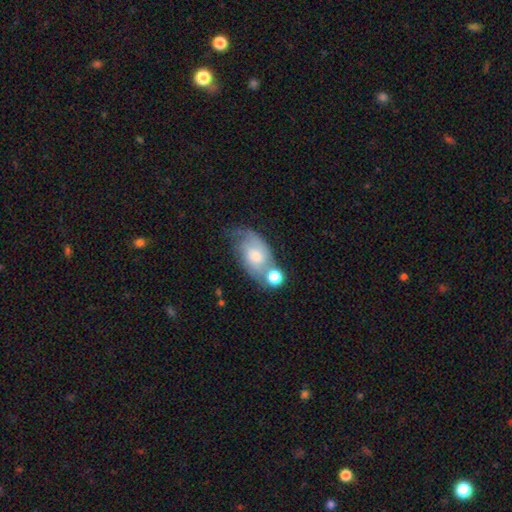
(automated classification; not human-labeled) A featured or disk galaxy (53%).

Vote fractions:
- Smooth or featured? featured or disk: 53% / smooth: 39% / star or artifact: 8%
- Edge-on disk? no: 94% / yes: 6%
- Merging? none: 37% / merger: 27% / minor disturbance: 22% / major disturbance: 14%